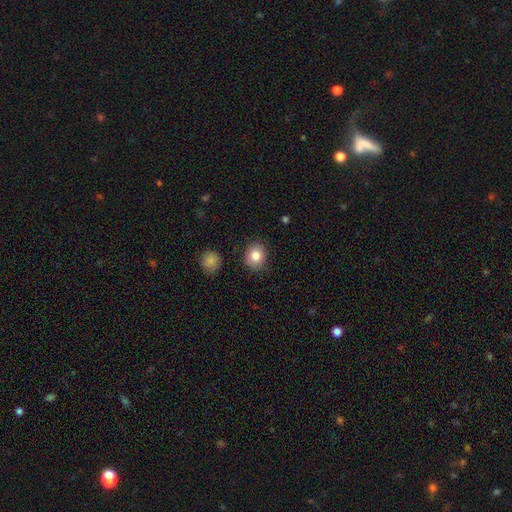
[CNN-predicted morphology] A smooth galaxy with no disk features (83%) that is round (70%). Merging: none (86%).